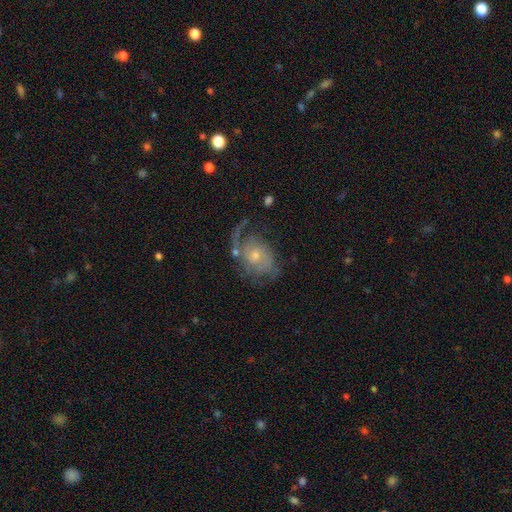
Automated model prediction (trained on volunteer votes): featured or disk 74%, smooth 19%, star or artifact 8%. Down the decision tree: edge-on disk — no (97%); bar — no (75%); spiral arms — yes (87%); spiral arm count — 1 (45%); spiral winding — medium (37%); bulge size — small (56%); merging — none (44%).